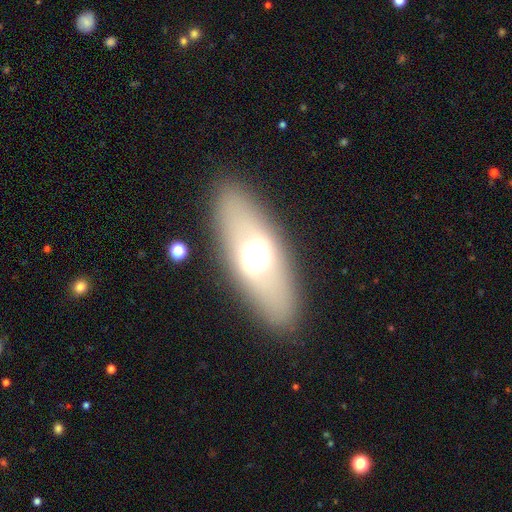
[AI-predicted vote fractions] This appears to be a smooth galaxy with no disk features (46%). Merging: none (85%).